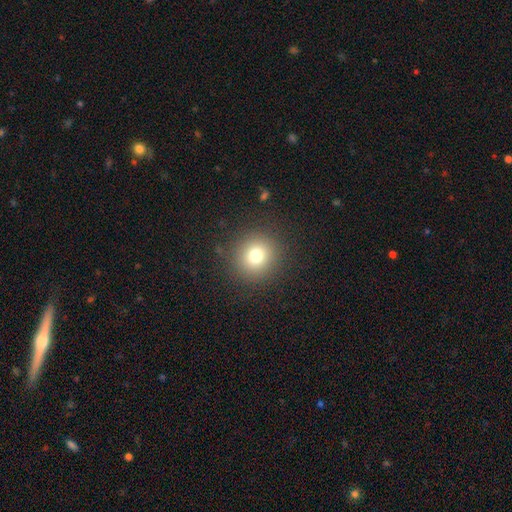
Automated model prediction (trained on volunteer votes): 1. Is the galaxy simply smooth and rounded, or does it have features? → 77% smooth, 14% star or artifact, 9% featured or disk.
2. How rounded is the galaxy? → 92% round, 7% in between, 1% cigar-shaped.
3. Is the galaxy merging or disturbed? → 88% none, 7% minor disturbance, 4% major disturbance, 1% merger.